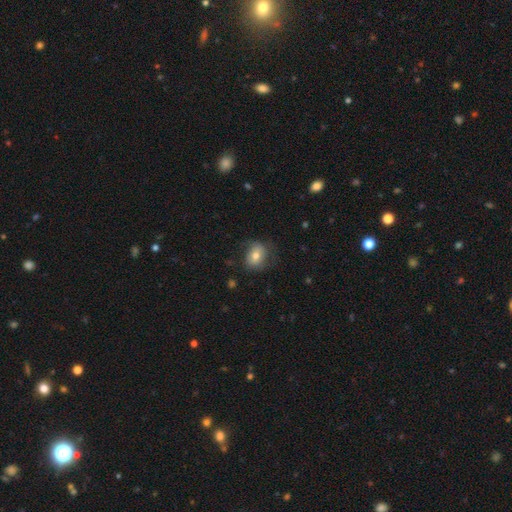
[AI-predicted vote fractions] smooth-or-featured: smooth: 70% | featured or disk: 22% | star or artifact: 9%
  how-rounded: in between: 54% | round: 45% | cigar-shaped: 1%
  merging: none: 68% | minor disturbance: 21% | major disturbance: 10% | merger: 1%